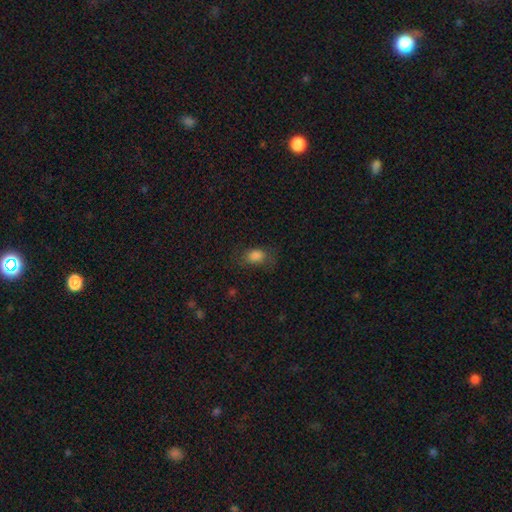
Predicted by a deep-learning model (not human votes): Morphology: type=smooth (80%); roundness=in between (76%); merging=none (65%).